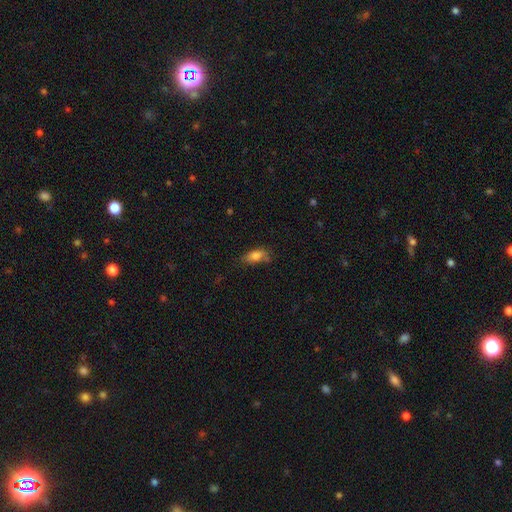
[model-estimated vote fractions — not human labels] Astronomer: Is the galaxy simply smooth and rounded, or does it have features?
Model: smooth — 78%.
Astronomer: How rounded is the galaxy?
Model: in between — 81%.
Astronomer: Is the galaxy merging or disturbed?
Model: none — 60%.